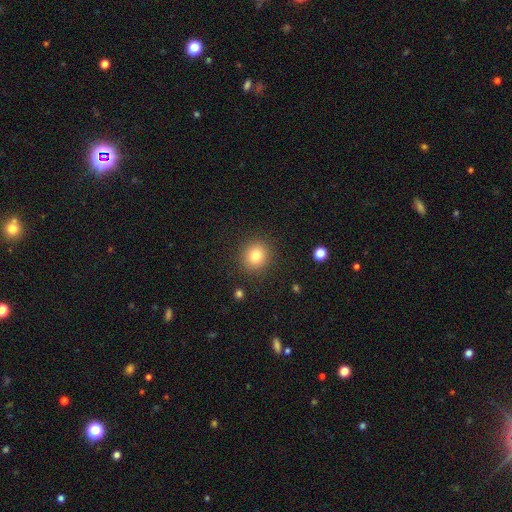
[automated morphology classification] Smooth or featured? smooth (81%)
How rounded? round (88%)
Merging? none (89%)